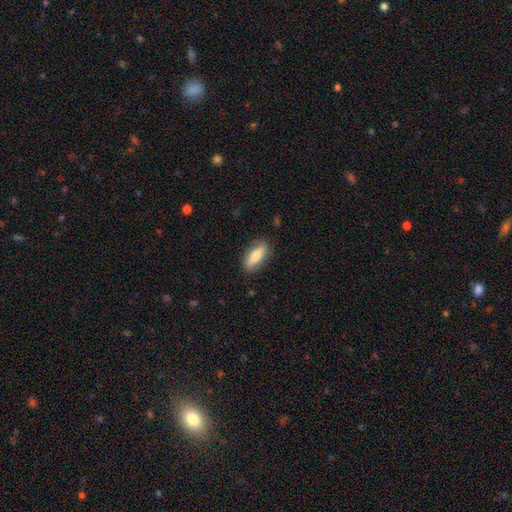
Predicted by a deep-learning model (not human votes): Smooth or featured? Predicted: smooth (p=0.67). How rounded? Predicted: in between (p=0.63). Merging? Predicted: none (p=0.83).